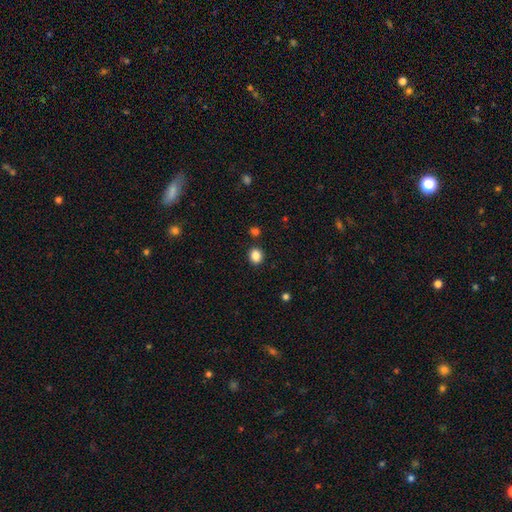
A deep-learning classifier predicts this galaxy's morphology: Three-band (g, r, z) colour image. It shows a smooth galaxy with no disk features (86%) that is round (66%). Merging: none (86%).